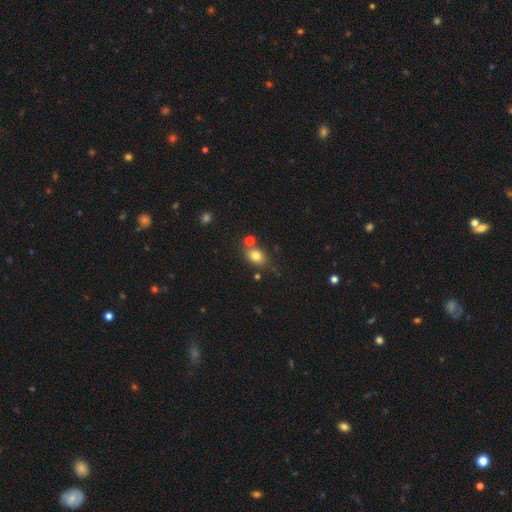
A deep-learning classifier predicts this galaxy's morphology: Overall: smooth (79%). How rounded: in between (63%; round 36%). Merging: none (66%).